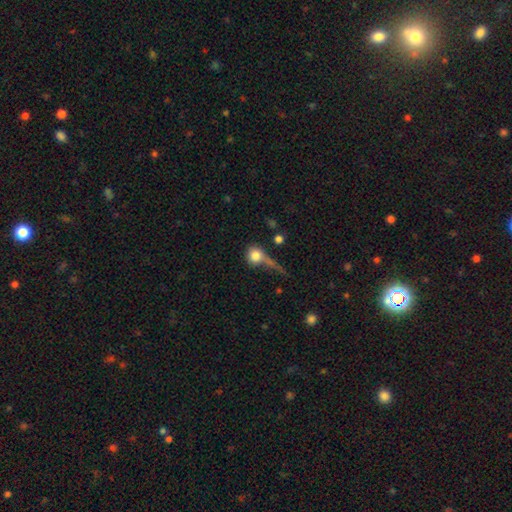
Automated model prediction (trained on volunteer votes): smooth-or-featured: smooth: 76% | featured or disk: 14% | star or artifact: 10%
  how-rounded: round: 81% | in between: 16% | cigar-shaped: 4%
  merging: none: 40% | major disturbance: 24% | merger: 19% | minor disturbance: 17%